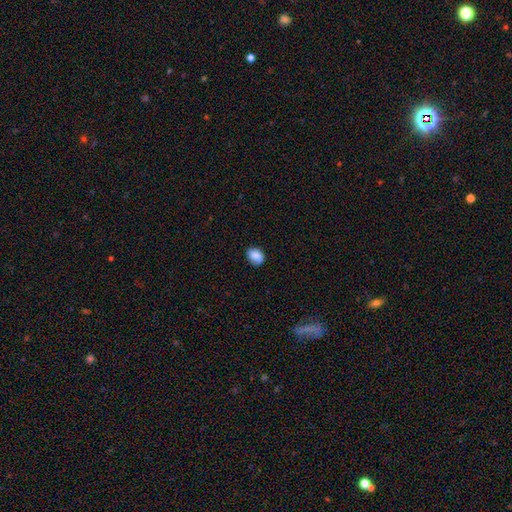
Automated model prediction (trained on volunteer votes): Smooth or featured? smooth (83%)
How rounded? in between (61%)
Merging? none (77%)